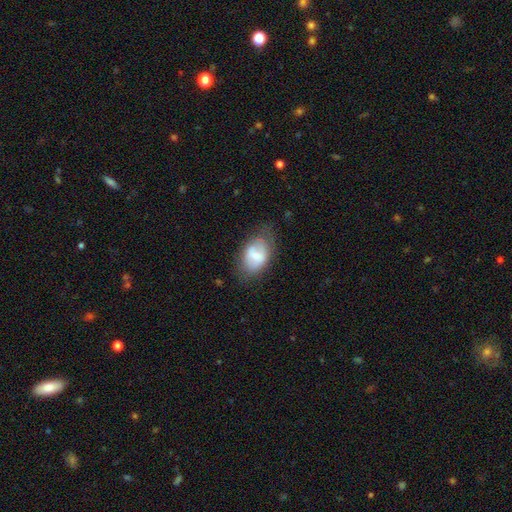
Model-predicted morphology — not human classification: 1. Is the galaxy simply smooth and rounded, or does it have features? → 56% smooth, 35% featured or disk, 8% star or artifact.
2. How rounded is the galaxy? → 83% in between, 15% round, 2% cigar-shaped.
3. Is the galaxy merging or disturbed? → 57% none, 27% minor disturbance, 13% major disturbance, 2% merger.